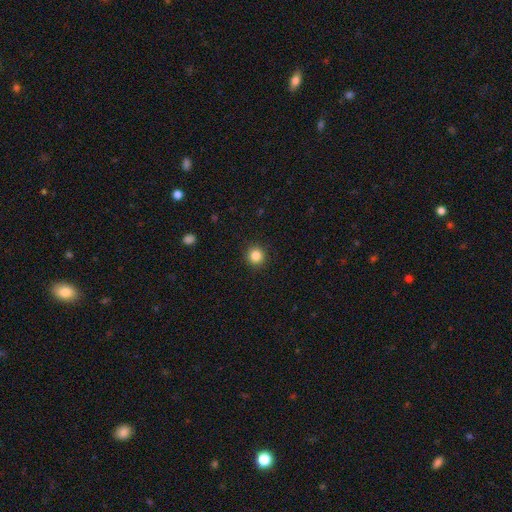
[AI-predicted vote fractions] smooth 84%, star or artifact 11%, featured or disk 5%. Down the decision tree: how rounded — round (94%); merging — none (92%).